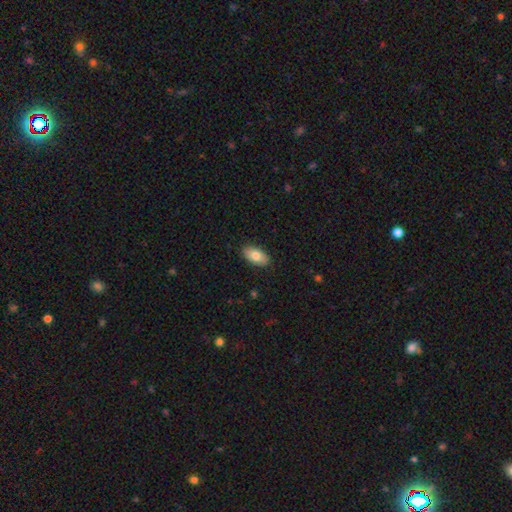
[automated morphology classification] This appears to be a smooth galaxy with no disk features (79%) that is in between round and cigar-shaped (93%). Merging: none (88%).